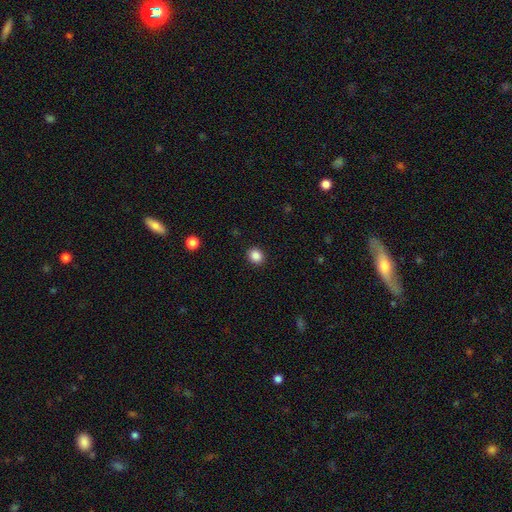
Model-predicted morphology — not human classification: A smooth galaxy with no disk features (87%) that is round (66%).

Vote fractions:
- Smooth or featured? smooth: 87% / star or artifact: 10% / featured or disk: 3%
- How rounded? round: 66% / in between: 33% / cigar-shaped: 1%
- Merging? none: 91% / minor disturbance: 6% / major disturbance: 2% / merger: 1%